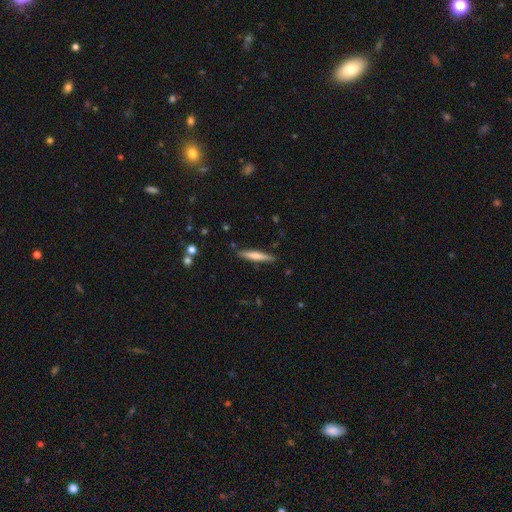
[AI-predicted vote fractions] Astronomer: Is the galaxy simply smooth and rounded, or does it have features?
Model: smooth — 61%.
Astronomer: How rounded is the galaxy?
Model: cigar-shaped — 92%.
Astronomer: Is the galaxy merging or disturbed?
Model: none — 88%.